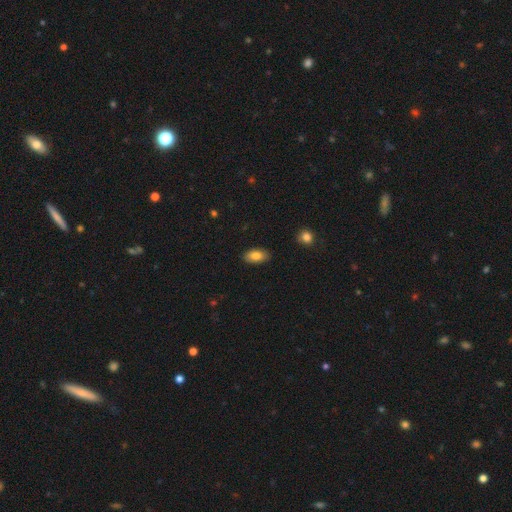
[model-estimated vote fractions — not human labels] This is clearly a smooth galaxy (84%). How rounded: clearly in between (92%). Merging: clearly none (87%).